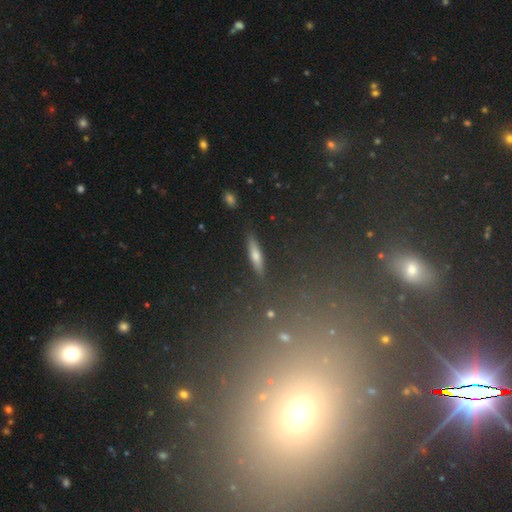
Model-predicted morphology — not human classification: smooth_or_featured: smooth (p=0.62) [alt: featured or disk p=0.29]
how_rounded: cigar-shaped (p=0.79) [alt: in between p=0.18]
merging: none (p=0.87) [alt: minor disturbance p=0.09]